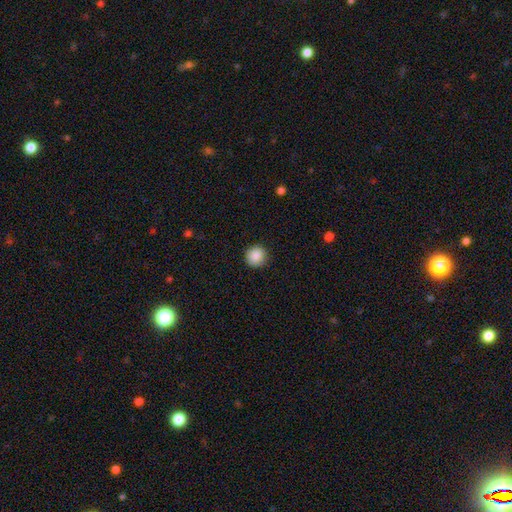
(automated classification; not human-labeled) Q: Smooth or featured?
A: smooth (88%); runner-up: star or artifact (9%)
Q: How rounded?
A: round (95%); runner-up: in between (4%)
Q: Merging?
A: none (91%); runner-up: minor disturbance (6%)